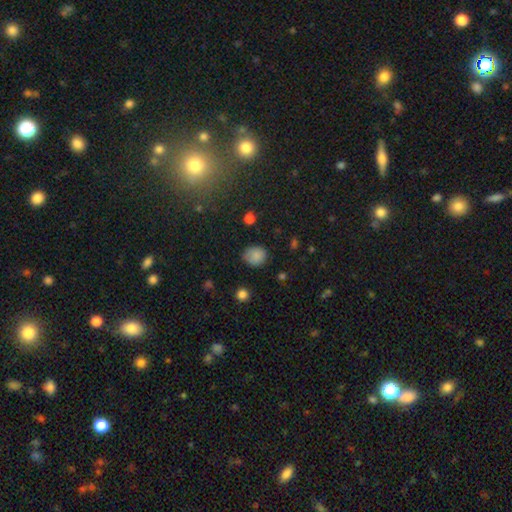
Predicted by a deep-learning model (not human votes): Morphology: type=smooth (84%); roundness=round (76%); merging=none (79%).